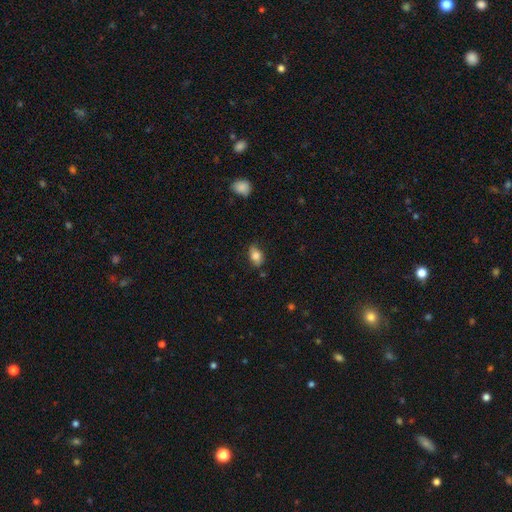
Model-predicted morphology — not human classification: smooth 79%, featured or disk 13%, star or artifact 8%. Down the decision tree: how rounded — in between (82%); merging — none (69%).